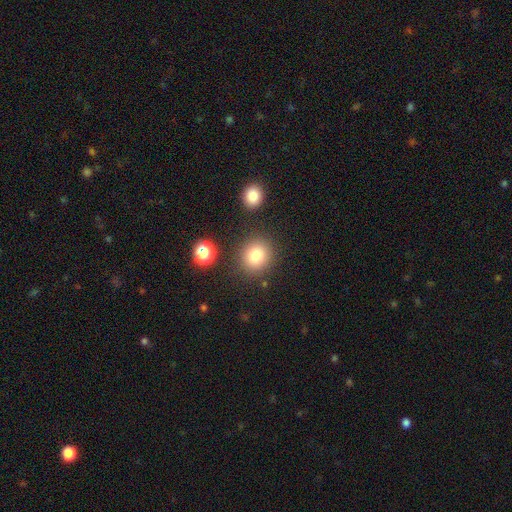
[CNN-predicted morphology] The model was most divided on "how rounded": round: 84%, in between: 15%, cigar-shaped: 1%. More confident: merging — none (83%); smooth or featured — smooth (81%).